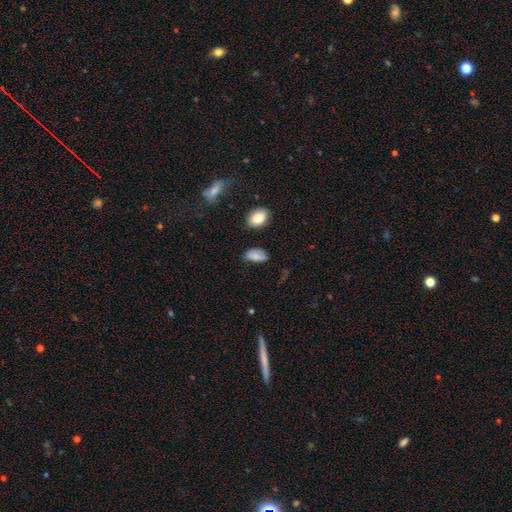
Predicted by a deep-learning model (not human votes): Smooth or featured?
  - smooth: 80% *
  - featured or disk: 10%
  - star or artifact: 10%
How rounded?
  - in between: 93% *
  - round: 5%
  - cigar-shaped: 3%
Merging?
  - none: 66% *
  - minor disturbance: 25%
  - major disturbance: 6%
  - merger: 3%